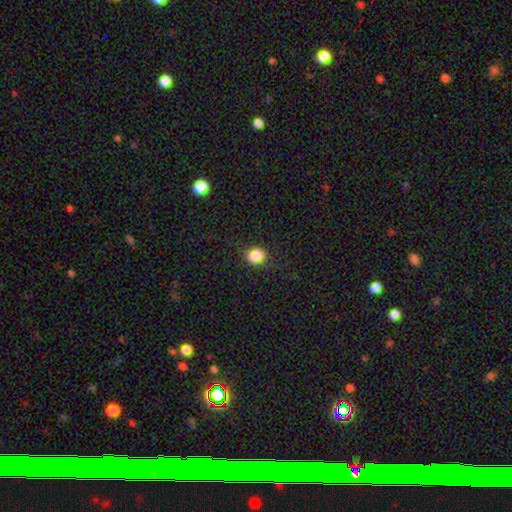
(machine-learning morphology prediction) smooth-or-featured: smooth: 85% | star or artifact: 10% | featured or disk: 4%
  how-rounded: round: 76% | in between: 23% | cigar-shaped: 1%
  merging: none: 87% | minor disturbance: 9% | major disturbance: 3% | merger: 1%